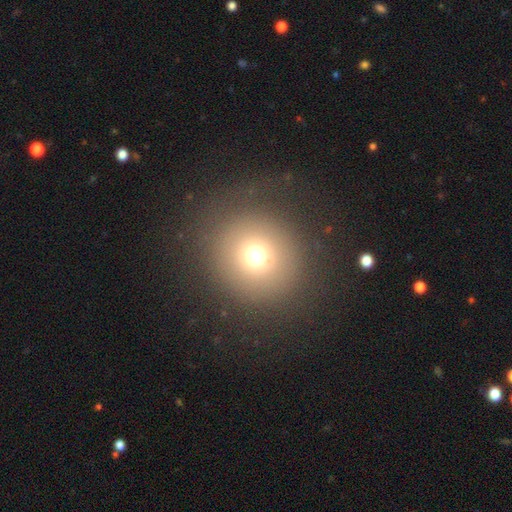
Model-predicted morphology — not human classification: smooth-or-featured: smooth: 68% | star or artifact: 18% | featured or disk: 14%
  how-rounded: round: 92% | in between: 7% | cigar-shaped: 1%
  merging: none: 76% | minor disturbance: 12% | major disturbance: 10% | merger: 2%